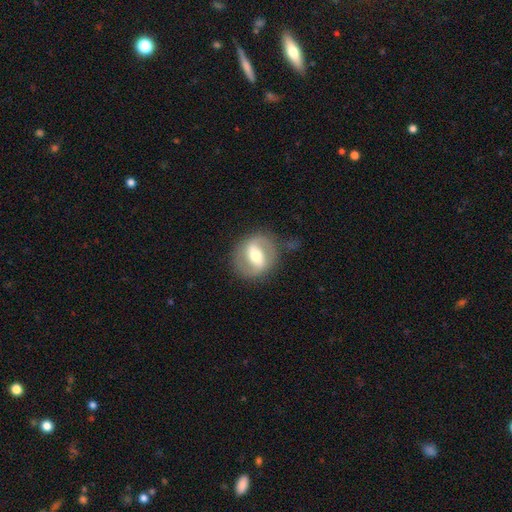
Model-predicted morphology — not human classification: smooth-or-featured: featured or disk: 68% | smooth: 26% | star or artifact: 6%
  disk-edge-on: no: 92% | yes: 8%
    bar: strong: 57% | weak: 30% | no: 13%
    has-spiral-arms: yes: 59% | no: 41%
    bulge-size: moderate: 67% | small: 18% | large: 13% | dominant: 2% | none: 1%
  merging: none: 77% | minor disturbance: 13% | major disturbance: 8% | merger: 2%